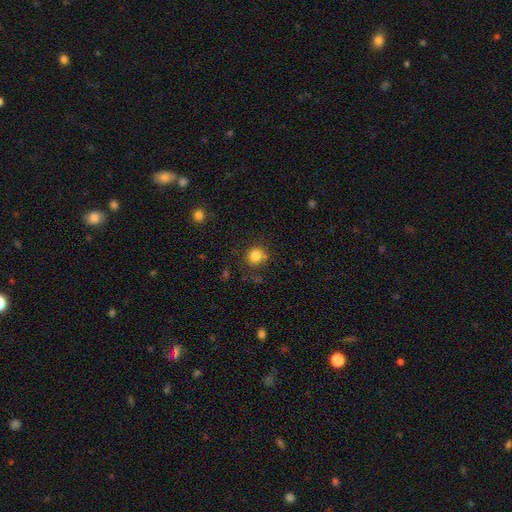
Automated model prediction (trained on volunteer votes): This appears to be a smooth galaxy with no disk features (83%) that is round (88%). Merging: none (76%).